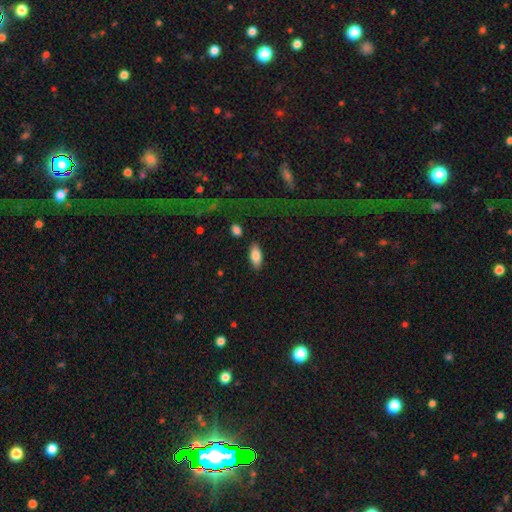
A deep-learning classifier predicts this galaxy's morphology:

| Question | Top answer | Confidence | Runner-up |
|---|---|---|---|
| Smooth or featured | smooth | 81% | featured or disk (12%) |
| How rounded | in between | 85% | cigar-shaped (13%) |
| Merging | none | 87% | minor disturbance (9%) |